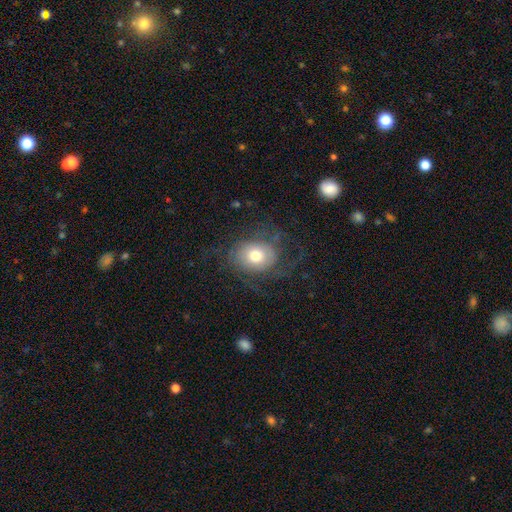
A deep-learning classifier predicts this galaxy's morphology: Smooth or featured: smooth — 51% (featured or disk — 39%)
How rounded: round — 54% (in between — 45%)
Merging: none — 57% (major disturbance — 23%)